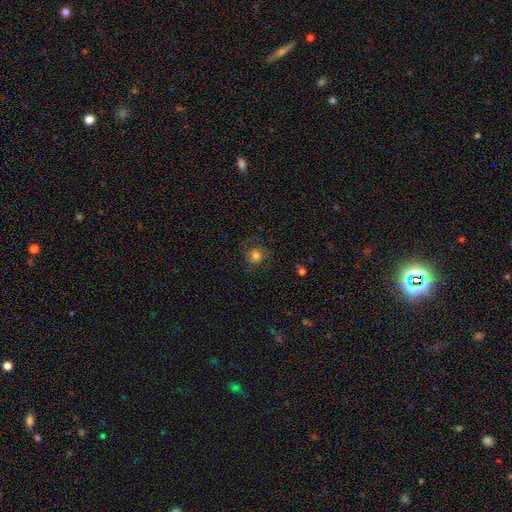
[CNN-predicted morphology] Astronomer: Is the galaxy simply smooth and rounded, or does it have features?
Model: smooth — 71%.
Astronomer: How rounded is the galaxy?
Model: round — 81%.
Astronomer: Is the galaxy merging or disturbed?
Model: none — 70%.